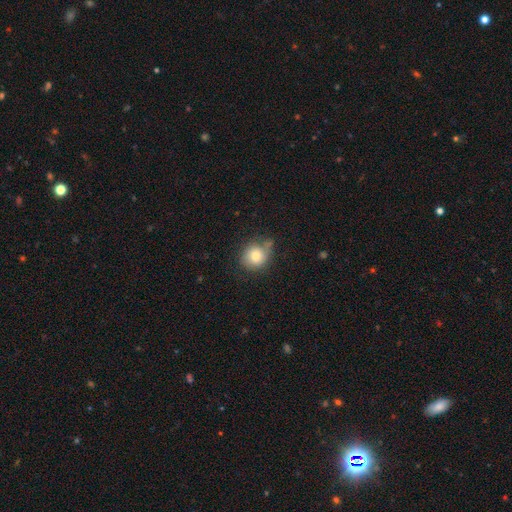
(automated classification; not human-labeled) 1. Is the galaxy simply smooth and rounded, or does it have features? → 74% smooth, 18% featured or disk, 9% star or artifact.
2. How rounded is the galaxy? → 75% round, 24% in between, 1% cigar-shaped.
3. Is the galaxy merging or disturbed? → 56% none, 28% minor disturbance, 10% major disturbance, 6% merger.